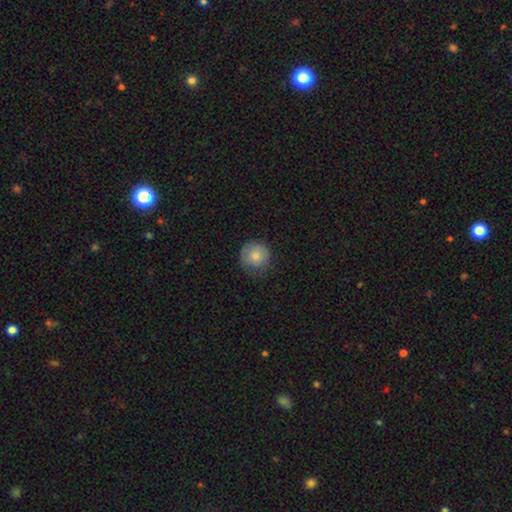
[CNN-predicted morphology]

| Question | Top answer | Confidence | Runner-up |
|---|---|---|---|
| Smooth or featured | smooth | 77% | featured or disk (16%) |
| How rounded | round | 91% | in between (8%) |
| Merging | none | 67% | minor disturbance (25%) |